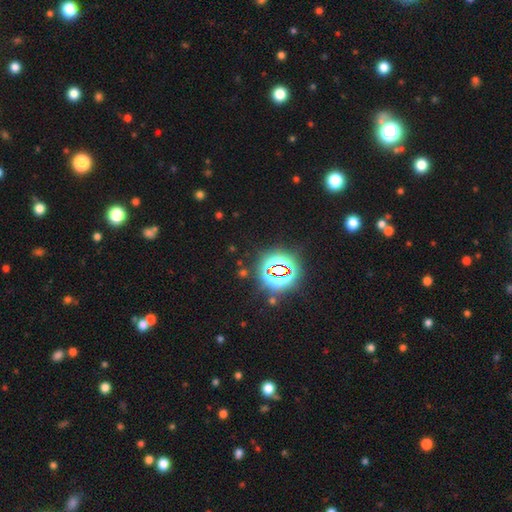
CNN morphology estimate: Overall: star or artifact (80%).